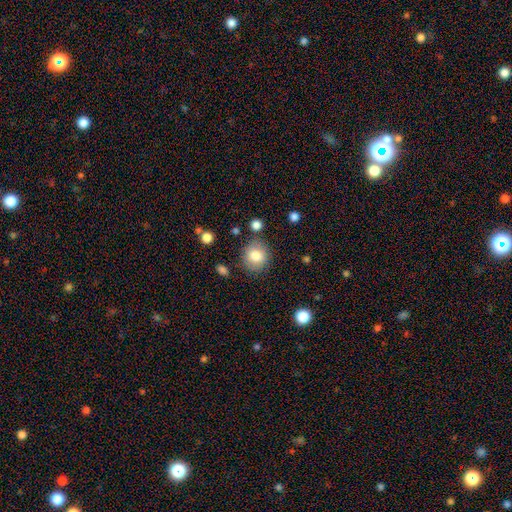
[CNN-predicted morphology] smooth 81%, featured or disk 10%, star or artifact 9%. Down the decision tree: how rounded — round (80%); merging — none (81%).